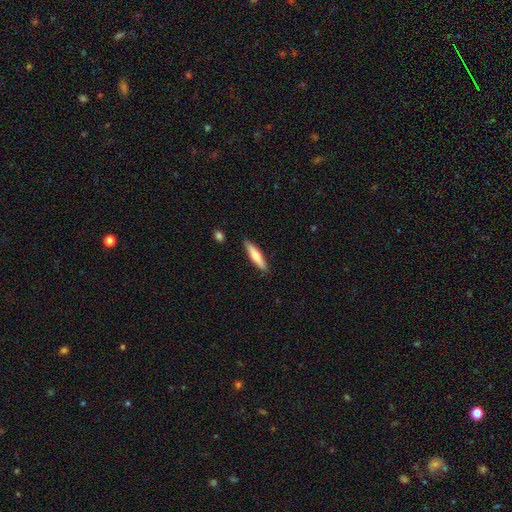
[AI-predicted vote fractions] A smooth galaxy with no disk features (61%) that is cigar-shaped (80%).

Vote fractions:
- Smooth or featured? smooth: 61% / featured or disk: 34% / star or artifact: 5%
- How rounded? cigar-shaped: 80% / in between: 18% / round: 2%
- Merging? none: 89% / minor disturbance: 8% / major disturbance: 2% / merger: 2%